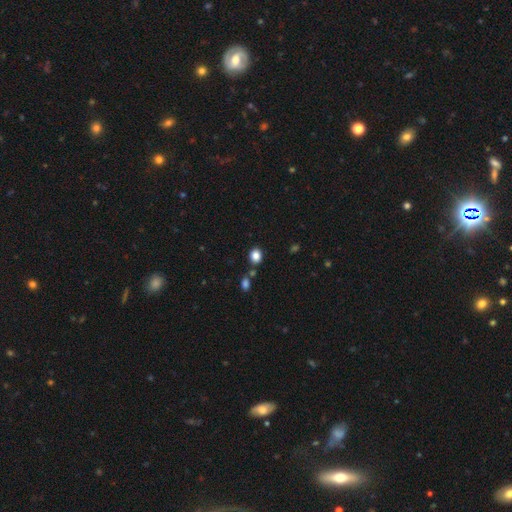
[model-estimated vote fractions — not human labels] Smooth or featured: smooth — 84% (star or artifact — 12%)
How rounded: round — 62% (in between — 37%)
Merging: none — 79% (minor disturbance — 10%)